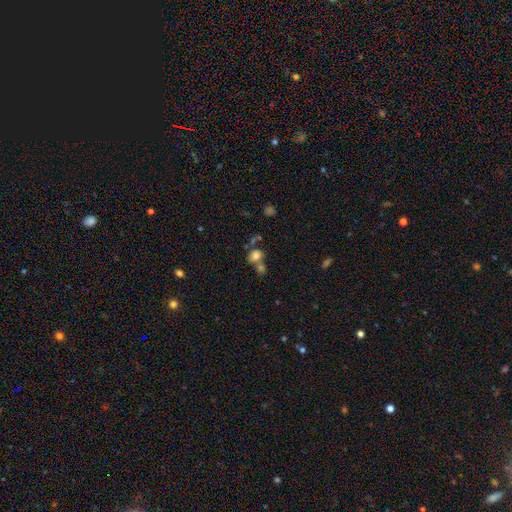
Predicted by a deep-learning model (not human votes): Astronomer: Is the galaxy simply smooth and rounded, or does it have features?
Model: smooth — 76%.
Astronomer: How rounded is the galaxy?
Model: round — 56% (runner-up: in between, 42%).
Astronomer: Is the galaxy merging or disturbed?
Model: merger — 42%, tied with none at 42%.